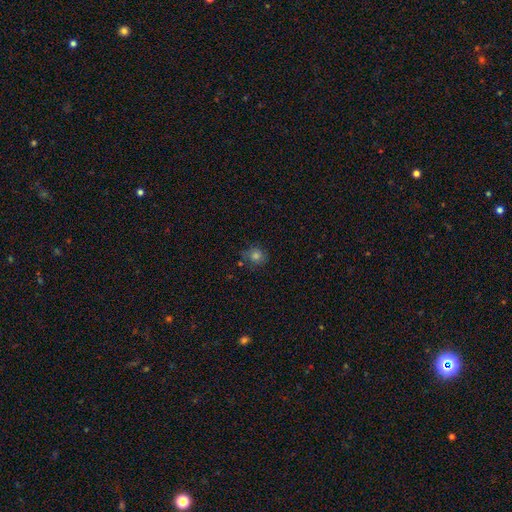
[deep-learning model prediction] Overall: smooth (78%). How rounded: round (82%). Merging: none (72%).